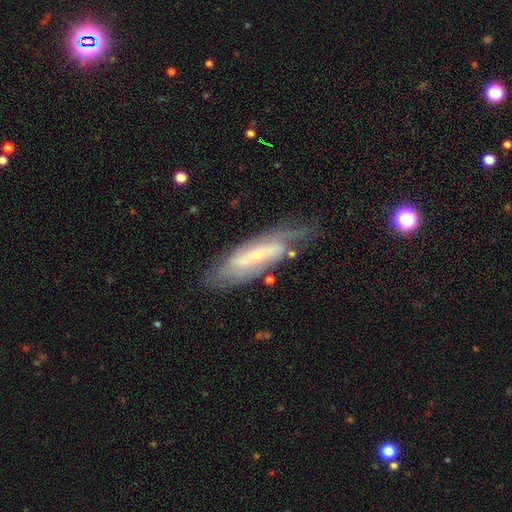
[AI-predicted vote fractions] Q: Smooth or featured?
A: featured or disk (76%); runner-up: smooth (18%)
Q: Edge-on disk?
A: no (78%); runner-up: yes (22%)
Q: Bar?
A: no (37%); runner-up: weak (36%)
Q: Spiral arms?
A: yes (84%); runner-up: no (16%)
Q: Bulge size?
A: small (74%); runner-up: moderate (22%)
Q: Merging?
A: none (67%); runner-up: minor disturbance (22%)